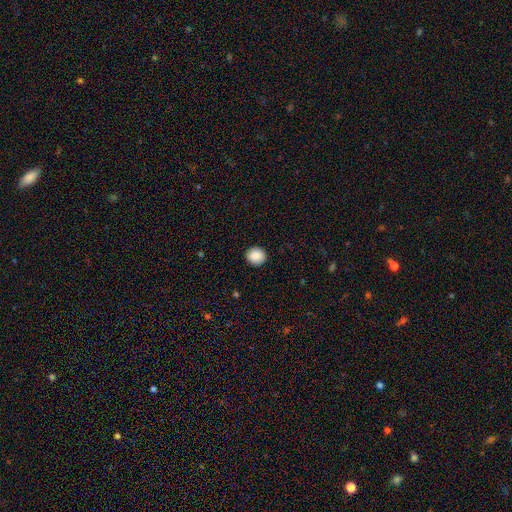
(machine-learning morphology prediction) type=smooth (88%); roundness=round (87%); merging=none (91%).